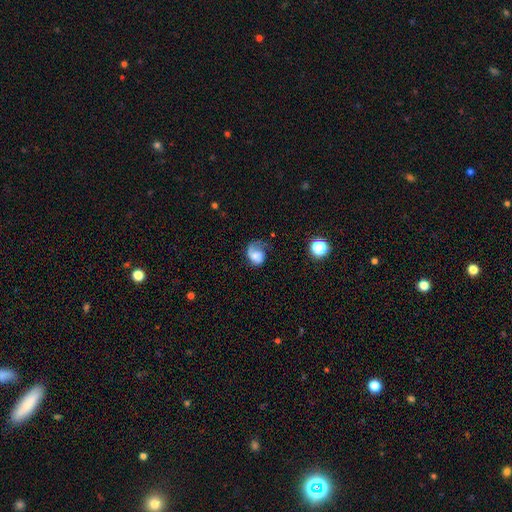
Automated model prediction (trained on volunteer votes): This appears to be a featured or disk galaxy (51%) with no bar (70%), spiral arms (86%) and no central bulge (29%). Merging: none (38%).